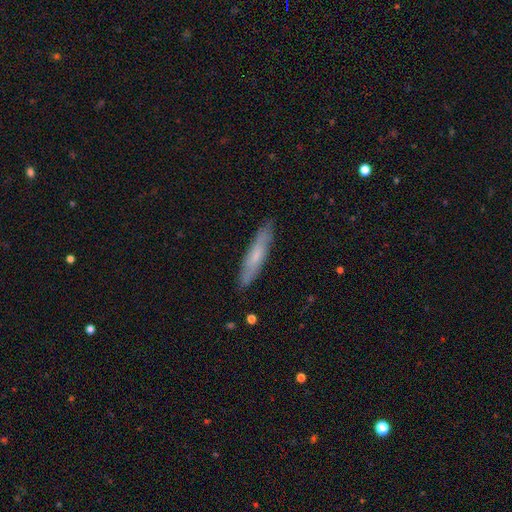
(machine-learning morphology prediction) smooth-or-featured: smooth: 57% | featured or disk: 36% | star or artifact: 6%
  how-rounded: cigar-shaped: 86% | in between: 12% | round: 1%
  merging: none: 86% | minor disturbance: 11% | major disturbance: 2% | merger: 1%